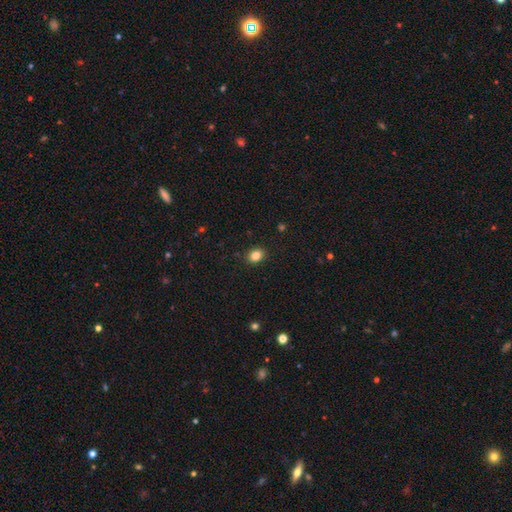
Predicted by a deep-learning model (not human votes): The model was most divided on "how rounded": in between: 52%, round: 47%, cigar-shaped: 1%. More confident: merging — none (89%); smooth or featured — smooth (84%).